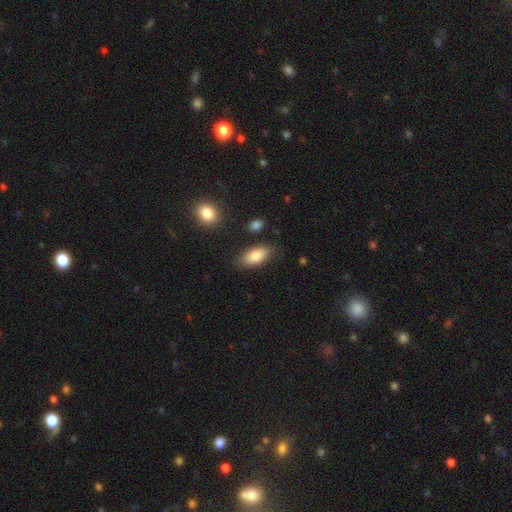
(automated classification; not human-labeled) smooth 84%, featured or disk 9%, star or artifact 7%. Down the decision tree: how rounded — in between (89%); merging — none (81%).